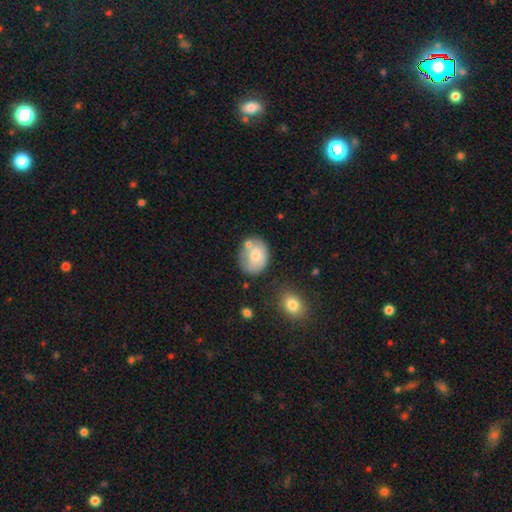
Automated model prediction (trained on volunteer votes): Q: Smooth or featured?
A: smooth (71%); runner-up: featured or disk (22%)
Q: How rounded?
A: in between (56%); runner-up: round (43%)
Q: Merging?
A: none (55%); runner-up: minor disturbance (22%)